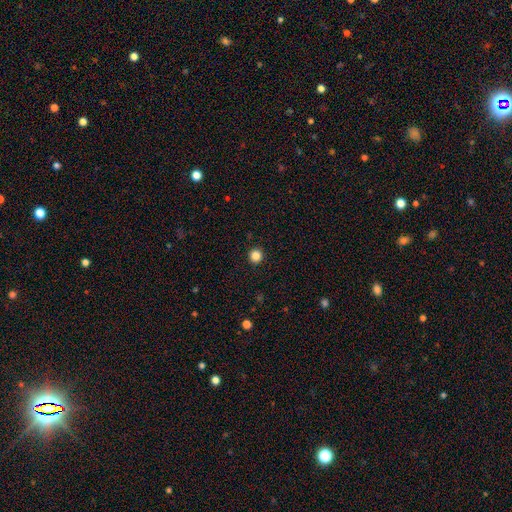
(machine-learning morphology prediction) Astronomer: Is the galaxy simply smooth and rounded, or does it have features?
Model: smooth — 85%.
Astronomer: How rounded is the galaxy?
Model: round — 95%.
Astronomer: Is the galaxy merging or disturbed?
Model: none — 93%.